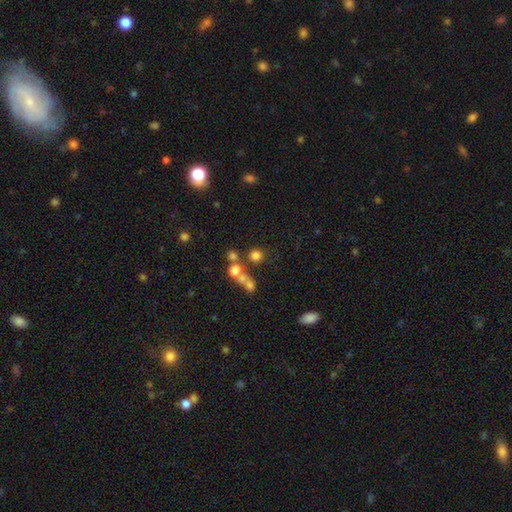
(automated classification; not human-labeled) smooth 71%, star or artifact 17%, featured or disk 12%. Down the decision tree: how rounded — round (88%); merging — none (62%).